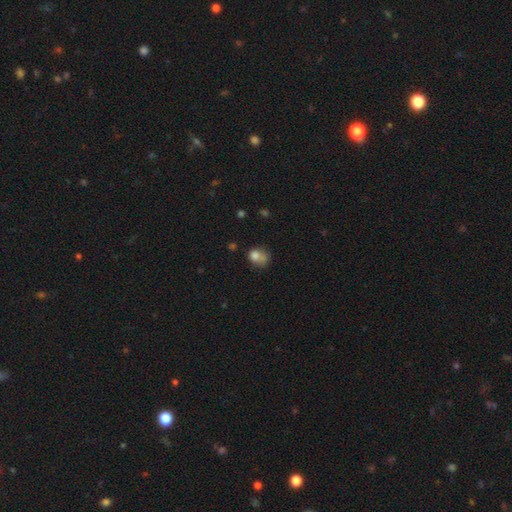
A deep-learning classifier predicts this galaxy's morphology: smooth_or_featured: smooth (p=0.76) [alt: featured or disk p=0.13]
how_rounded: in between (p=0.50) [alt: round p=0.49]
merging: none (p=0.33) [alt: minor disturbance p=0.26]